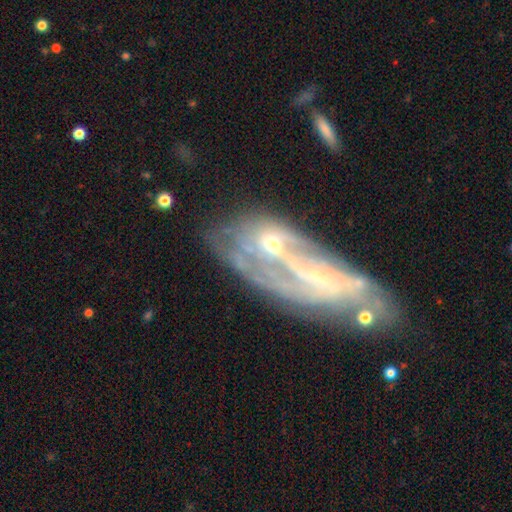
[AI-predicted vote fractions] This is likely a featured or disk galaxy (75%). It is clearly not viewed edge-on (86%). Bar: possibly no (49%). Spiral arm pattern: likely yes (69%). Central bulge: possibly small (48%). Merging: marginally none (42%).